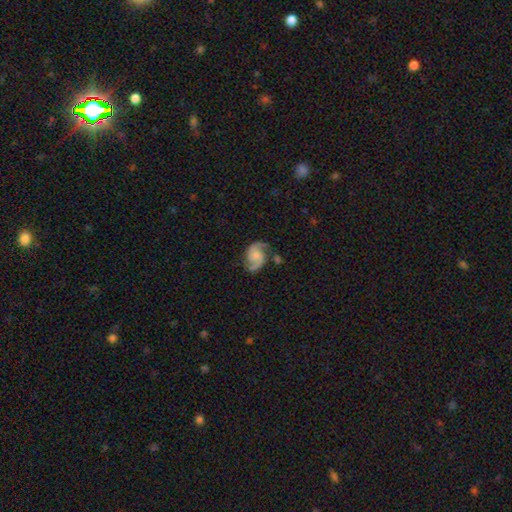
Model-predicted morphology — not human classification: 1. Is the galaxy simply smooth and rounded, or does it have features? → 88% featured or disk, 7% smooth, 5% star or artifact.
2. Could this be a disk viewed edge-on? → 98% no, 2% yes.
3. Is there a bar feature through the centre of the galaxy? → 64% no, 30% weak, 6% strong.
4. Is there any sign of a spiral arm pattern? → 98% yes, 2% no.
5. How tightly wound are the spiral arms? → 56% medium, 24% loose, 20% tight.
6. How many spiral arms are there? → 93% 2, 2% can't tell, 2% 1, 1% 3, 1% 4, 1% more than 4.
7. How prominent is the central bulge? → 45% small, 26% none, 24% moderate, 4% large, 1% dominant.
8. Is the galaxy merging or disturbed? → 72% none, 17% minor disturbance, 7% major disturbance, 4% merger.